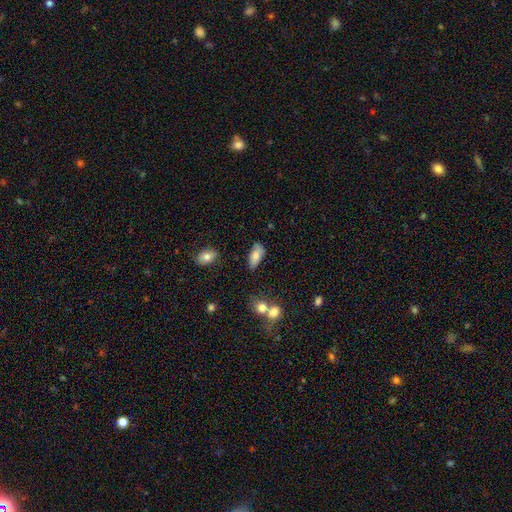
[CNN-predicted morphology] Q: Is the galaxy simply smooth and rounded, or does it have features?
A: smooth — 76%.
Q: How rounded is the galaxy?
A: in between — 86%.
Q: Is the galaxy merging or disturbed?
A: none — 60%.